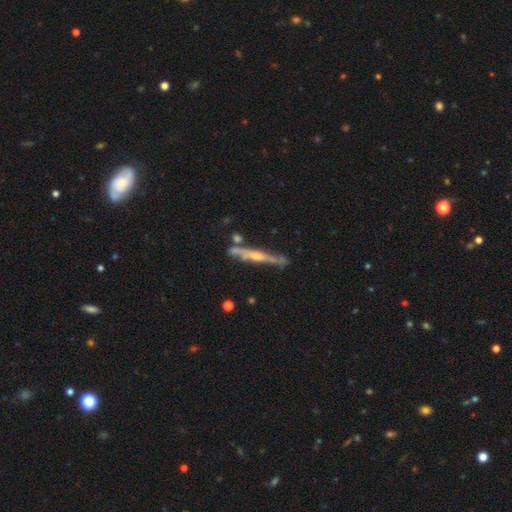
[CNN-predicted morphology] This is likely a featured or disk galaxy (77%). It is clearly viewed edge-on (95%). Edge-on bulge: likely rounded (77%). Merging: likely none (72%).